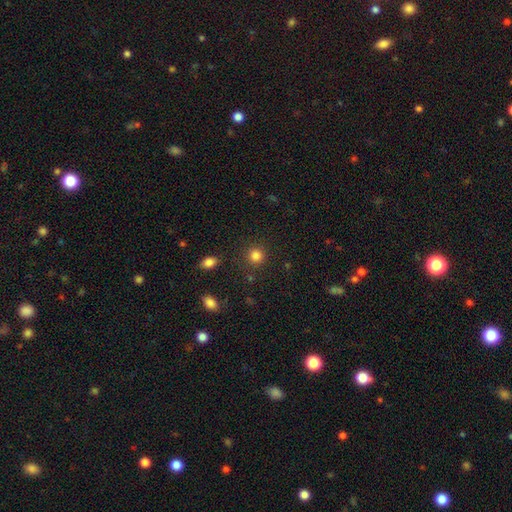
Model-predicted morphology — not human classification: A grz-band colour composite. It shows a smooth galaxy with no disk features (84%) that is round (91%). Merging: none (88%).